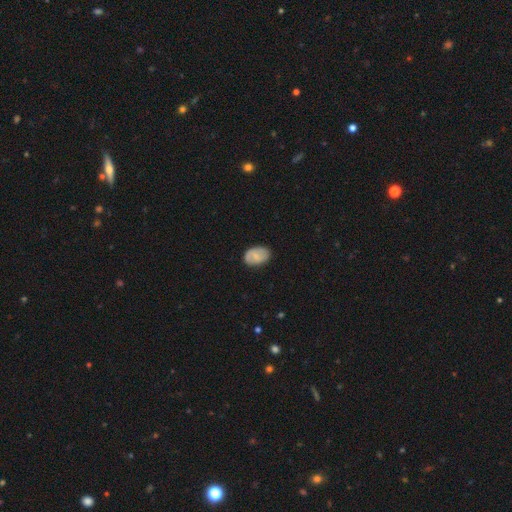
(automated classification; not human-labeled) A smooth galaxy with no disk features (58%) that is in between round and cigar-shaped (85%).

Vote fractions:
- Smooth or featured? smooth: 58% / featured or disk: 35% / star or artifact: 7%
- How rounded? in between: 85% / round: 14% / cigar-shaped: 1%
- Merging? none: 80% / minor disturbance: 15% / major disturbance: 3% / merger: 1%